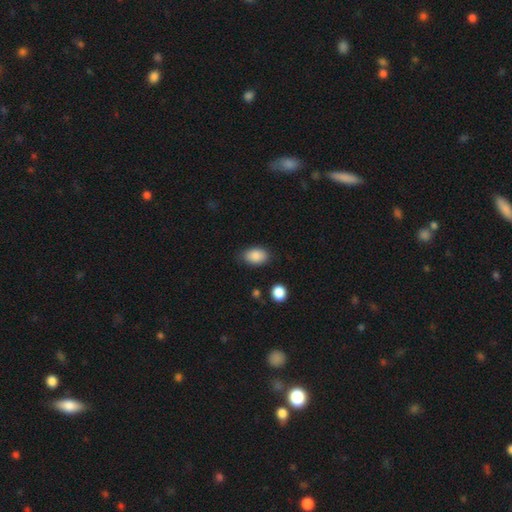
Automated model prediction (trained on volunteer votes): Smooth or featured?
  - smooth: 87% *
  - star or artifact: 8%
  - featured or disk: 6%
How rounded?
  - in between: 86% *
  - round: 13%
  - cigar-shaped: 1%
Merging?
  - none: 79% *
  - minor disturbance: 16%
  - major disturbance: 3%
  - merger: 2%